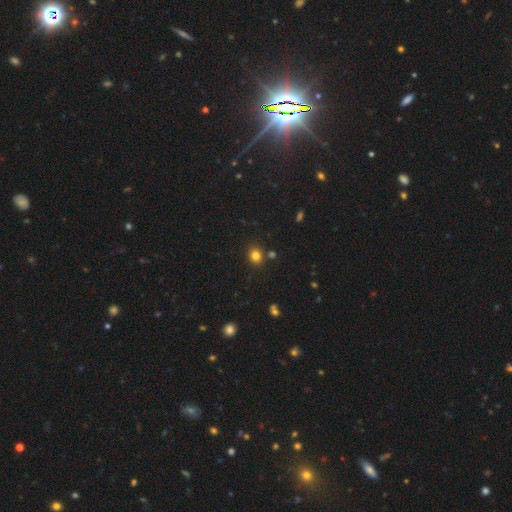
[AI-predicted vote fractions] Overall: smooth (80%). How rounded: round (68%; in between 31%). Merging: none (83%).